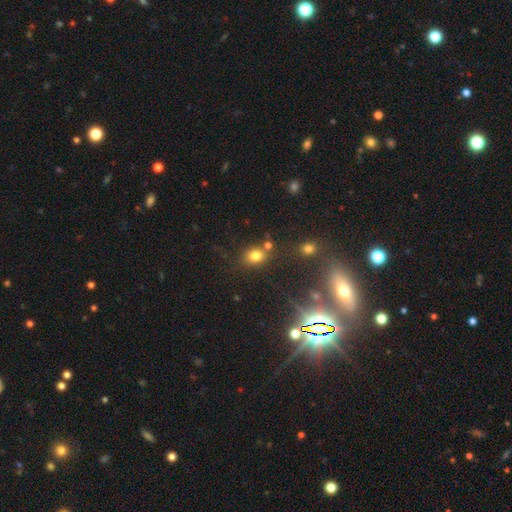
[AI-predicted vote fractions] Smooth or featured? Predicted: smooth (p=0.76). How rounded? Predicted: in between (p=0.51). Merging? Predicted: none (p=0.71).